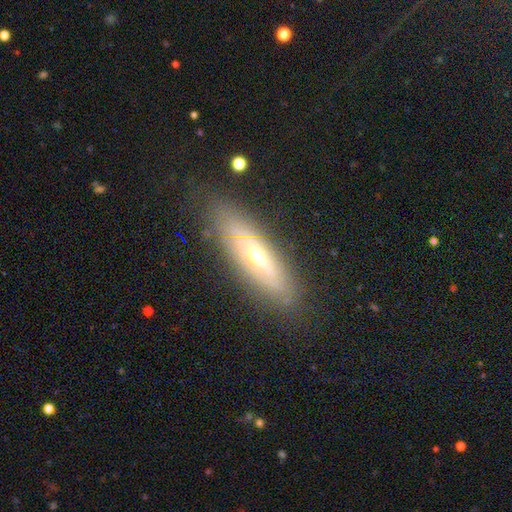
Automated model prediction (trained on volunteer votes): This appears to be a featured or disk galaxy (61%) viewed edge-on (63%). Merging: none (83%).